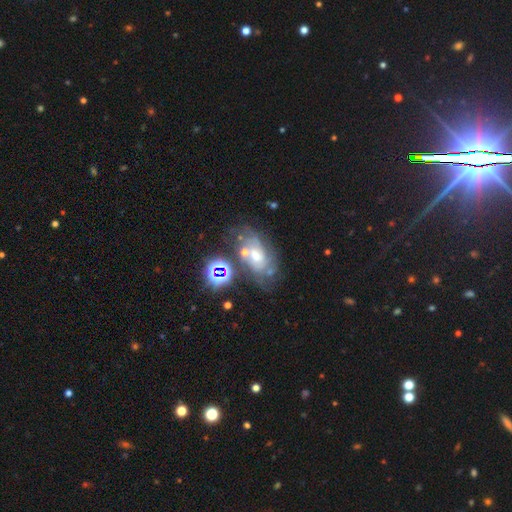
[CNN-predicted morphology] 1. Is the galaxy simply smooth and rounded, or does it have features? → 60% featured or disk, 22% star or artifact, 18% smooth.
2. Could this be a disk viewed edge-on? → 94% no, 6% yes.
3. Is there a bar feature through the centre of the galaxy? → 67% no, 27% weak, 6% strong.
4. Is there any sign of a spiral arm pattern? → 76% yes, 24% no.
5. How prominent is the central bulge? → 47% moderate, 38% small, 7% large, 5% none, 2% dominant.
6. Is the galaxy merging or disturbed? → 53% none, 20% minor disturbance, 13% major disturbance, 13% merger.